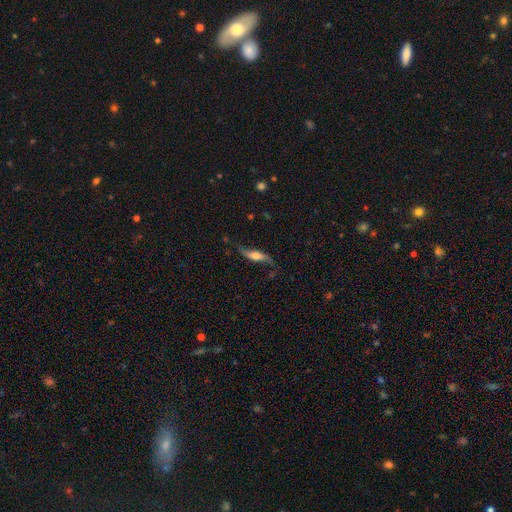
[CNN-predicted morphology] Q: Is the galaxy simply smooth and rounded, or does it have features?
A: featured or disk — 66%.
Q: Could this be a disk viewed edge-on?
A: no — 57%.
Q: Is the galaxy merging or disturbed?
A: none — 66%.